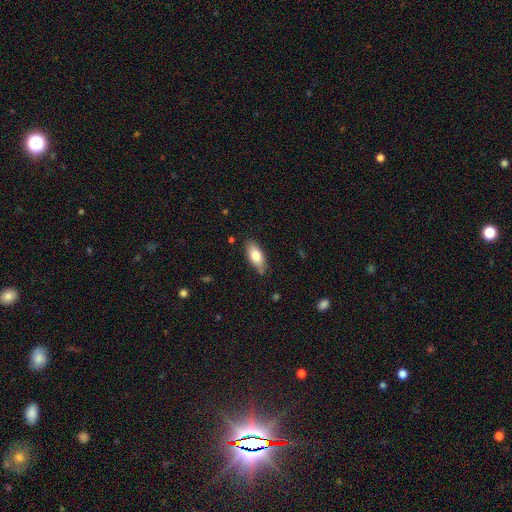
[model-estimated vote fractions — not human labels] Overall: smooth (75%). How rounded: in between (86%). Merging: none (80%).